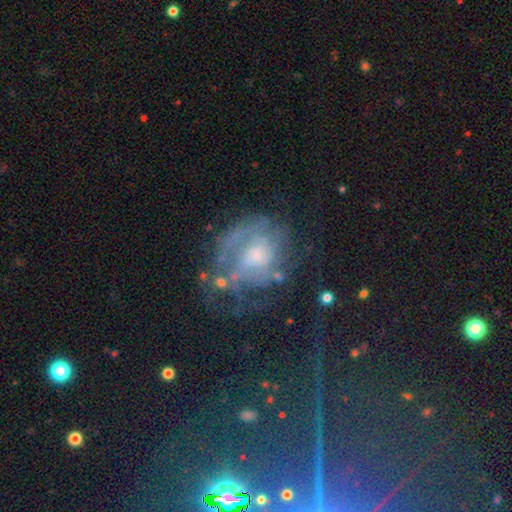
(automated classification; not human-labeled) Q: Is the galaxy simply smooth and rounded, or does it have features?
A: featured or disk — 66%.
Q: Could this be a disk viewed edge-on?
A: no — 97%.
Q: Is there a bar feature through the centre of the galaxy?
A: no — 71%.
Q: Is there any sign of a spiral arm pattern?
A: yes — 60%.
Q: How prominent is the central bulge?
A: moderate — 42%.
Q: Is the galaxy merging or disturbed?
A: none — 46%.